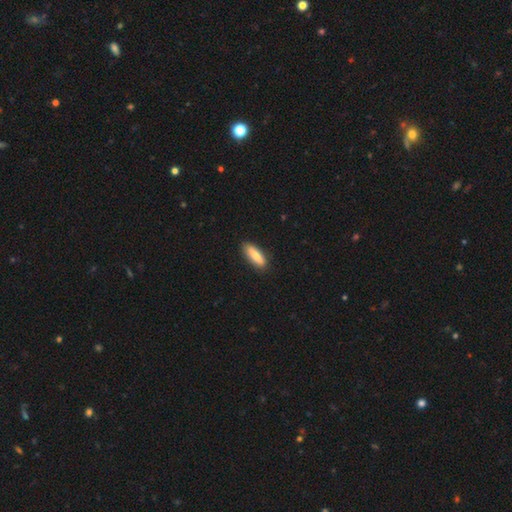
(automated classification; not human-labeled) Smooth or featured?
  - smooth: 76% *
  - featured or disk: 18%
  - star or artifact: 6%
How rounded?
  - cigar-shaped: 52% *
  - in between: 47%
  - round: 2%
Merging?
  - none: 87% *
  - minor disturbance: 10%
  - major disturbance: 2%
  - merger: 1%